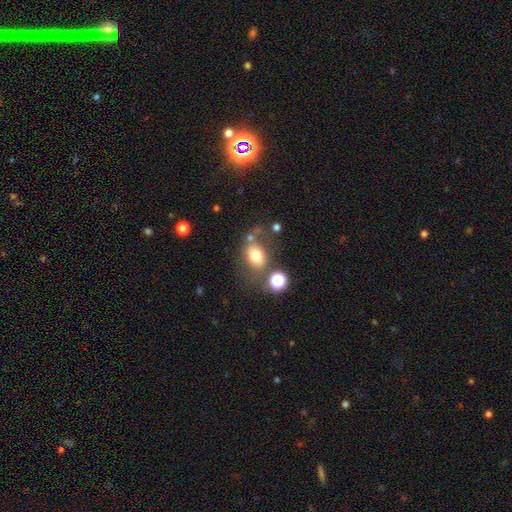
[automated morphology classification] smooth-or-featured: smooth: 71% | featured or disk: 17% | star or artifact: 13%
  how-rounded: in between: 59% | round: 40% | cigar-shaped: 1%
  merging: none: 57% | minor disturbance: 18% | merger: 14% | major disturbance: 11%